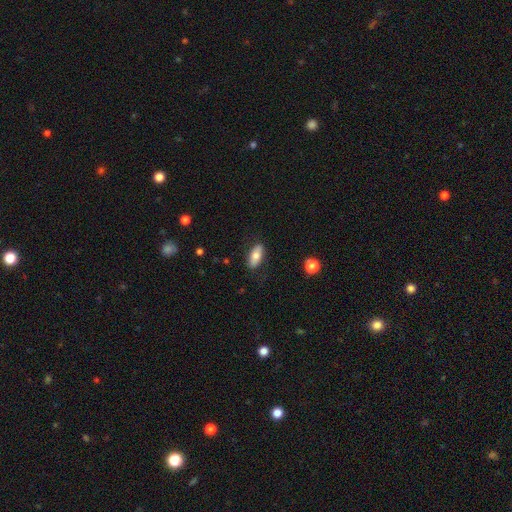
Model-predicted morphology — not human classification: smooth_or_featured: smooth (p=0.75) [alt: featured or disk p=0.18]
how_rounded: in between (p=0.82) [alt: cigar-shaped p=0.15]
merging: none (p=0.85) [alt: minor disturbance p=0.11]